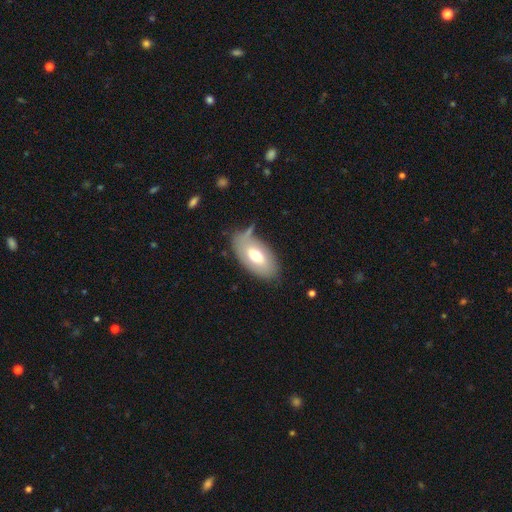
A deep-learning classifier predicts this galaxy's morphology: Overall: smooth (68%). How rounded: in between (94%). Merging: none (65%).